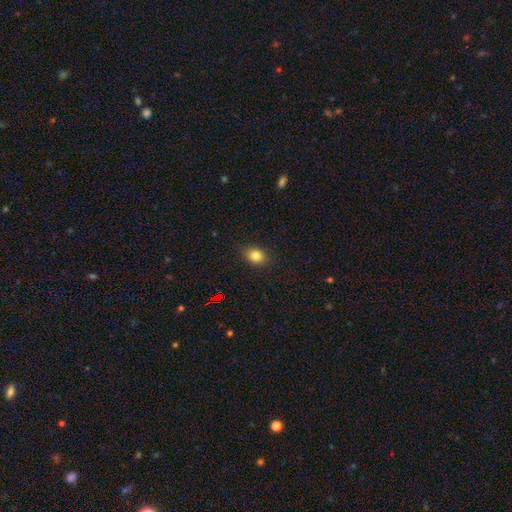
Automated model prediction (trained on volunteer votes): Q: Smooth or featured?
A: smooth (82%); runner-up: star or artifact (11%)
Q: How rounded?
A: in between (56%); runner-up: round (43%)
Q: Merging?
A: none (86%); runner-up: minor disturbance (10%)